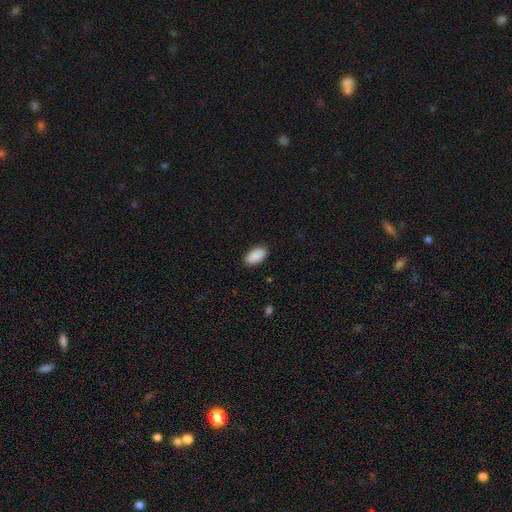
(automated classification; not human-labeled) smooth_or_featured: smooth (p=0.90) [alt: star or artifact p=0.06]
how_rounded: in between (p=0.95) [alt: round p=0.03]
merging: none (p=0.88) [alt: minor disturbance p=0.09]